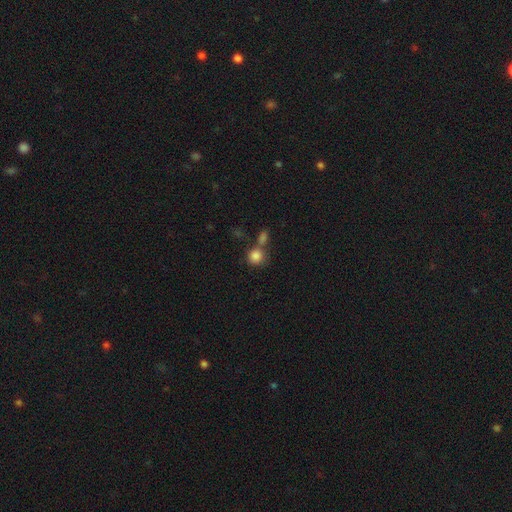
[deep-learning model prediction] Q: Smooth or featured?
A: smooth (85%); runner-up: star or artifact (9%)
Q: How rounded?
A: round (84%); runner-up: in between (15%)
Q: Merging?
A: none (52%); runner-up: merger (33%)